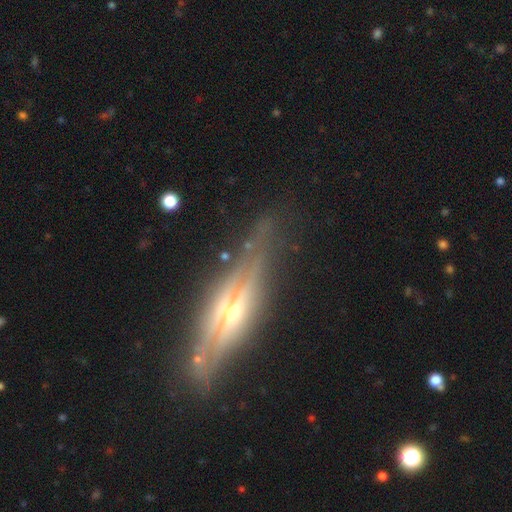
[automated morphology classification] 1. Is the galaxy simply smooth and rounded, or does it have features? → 86% featured or disk, 8% smooth, 6% star or artifact.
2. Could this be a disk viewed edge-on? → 92% yes, 8% no.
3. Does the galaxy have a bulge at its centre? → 83% rounded, 9% boxy, 8% none.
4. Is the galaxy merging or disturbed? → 80% none, 13% minor disturbance, 5% major disturbance, 2% merger.